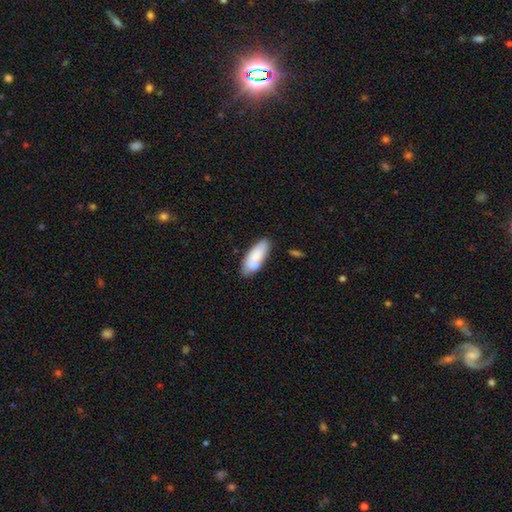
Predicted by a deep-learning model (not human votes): A smooth galaxy with no disk features (74%) that is in between round and cigar-shaped (77%).

Vote fractions:
- Smooth or featured? smooth: 74% / featured or disk: 20% / star or artifact: 6%
- How rounded? in between: 77% / cigar-shaped: 21% / round: 2%
- Merging? none: 63% / minor disturbance: 17% / merger: 16% / major disturbance: 4%